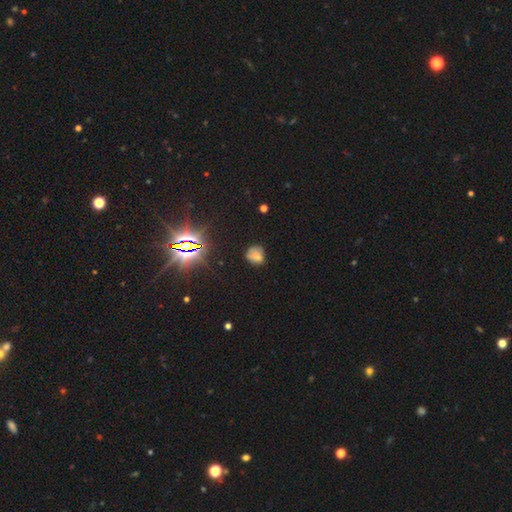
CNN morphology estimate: Smooth or featured?
  - smooth: 66% *
  - star or artifact: 23%
  - featured or disk: 12%
How rounded?
  - round: 72% *
  - in between: 27%
  - cigar-shaped: 1%
Merging?
  - none: 65% *
  - minor disturbance: 24%
  - major disturbance: 7%
  - merger: 4%